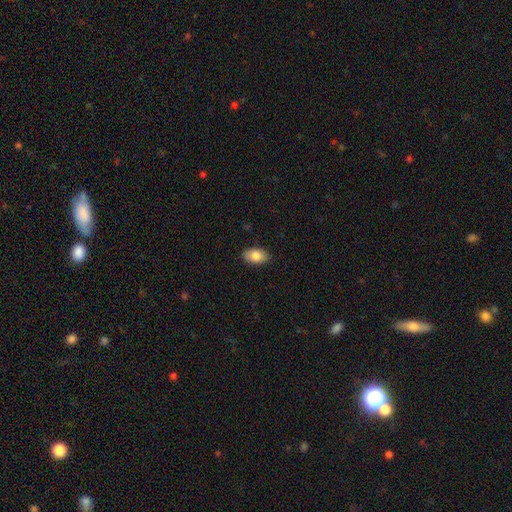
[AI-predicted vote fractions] A smooth galaxy with no disk features (83%) that is in between round and cigar-shaped (92%). Merging: none (88%).